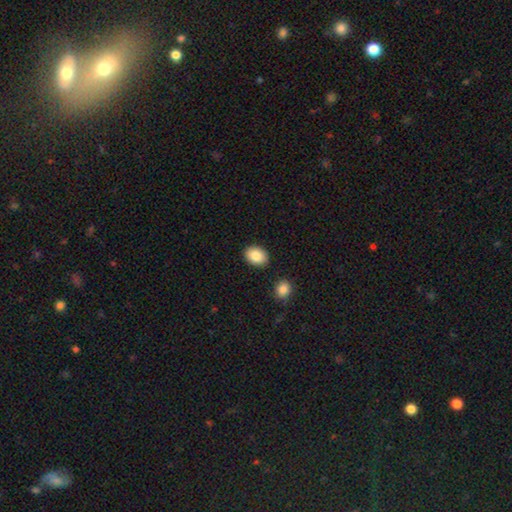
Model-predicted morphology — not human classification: This is clearly a smooth galaxy (85%). How rounded: likely in between (70%). Merging: clearly none (87%).